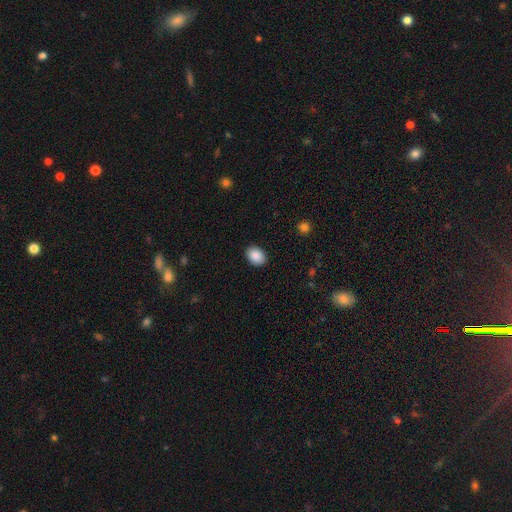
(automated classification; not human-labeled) Smooth or featured: smooth — 89% (star or artifact — 7%)
How rounded: in between — 66% (round — 33%)
Merging: none — 90% (minor disturbance — 7%)